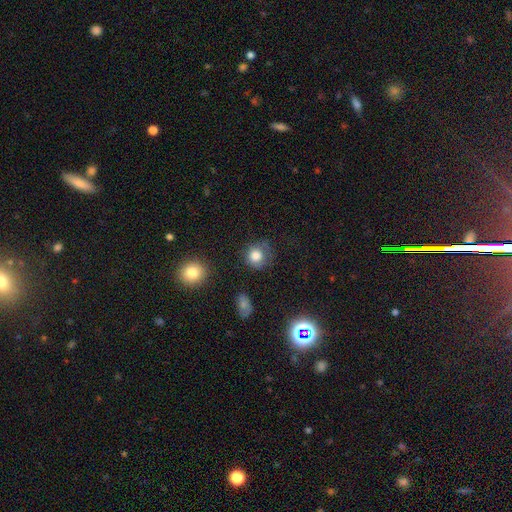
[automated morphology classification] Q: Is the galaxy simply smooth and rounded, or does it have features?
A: smooth — 81%.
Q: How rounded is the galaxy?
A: round — 86%.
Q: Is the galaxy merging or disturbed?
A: none — 64%.